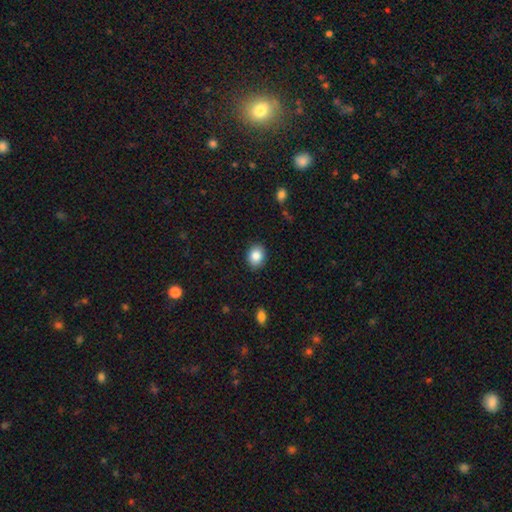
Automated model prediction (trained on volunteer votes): smooth_or_featured: smooth (p=0.87) [alt: star or artifact p=0.08]
how_rounded: in between (p=0.53) [alt: round p=0.46]
merging: none (p=0.89) [alt: minor disturbance p=0.08]